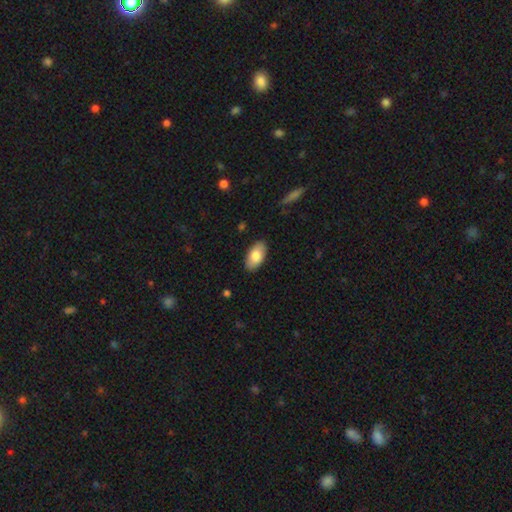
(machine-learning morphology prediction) Smooth or featured: smooth — 82% (featured or disk — 13%)
How rounded: in between — 95% (round — 3%)
Merging: none — 87% (minor disturbance — 10%)